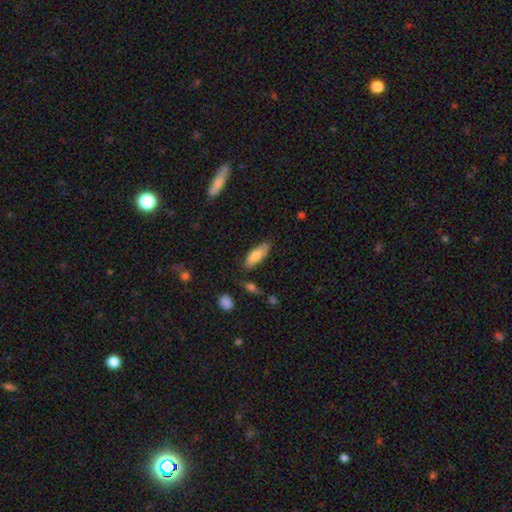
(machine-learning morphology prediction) Smooth or featured? smooth (78%)
How rounded? in between (66%)
Merging? none (74%)